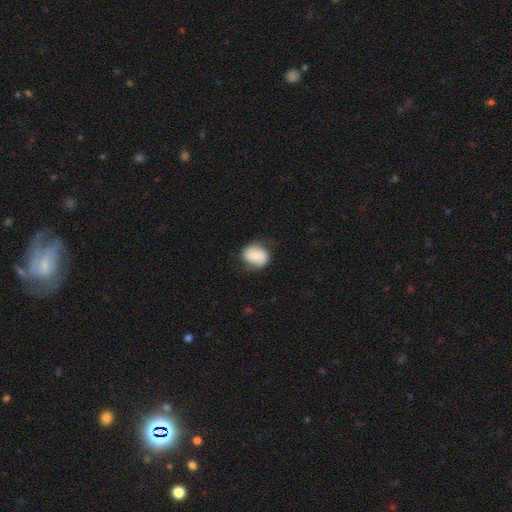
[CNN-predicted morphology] A smooth galaxy with no disk features (60%) that is round (61%).

Vote fractions:
- Smooth or featured? smooth: 60% / featured or disk: 33% / star or artifact: 7%
- How rounded? round: 61% / in between: 38% / cigar-shaped: 1%
- Merging? none: 70% / minor disturbance: 21% / major disturbance: 7% / merger: 1%